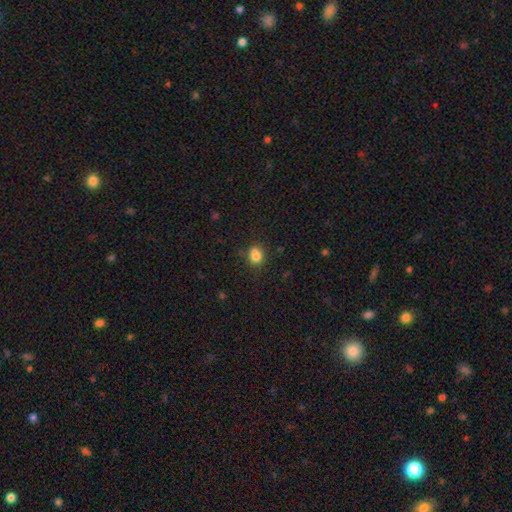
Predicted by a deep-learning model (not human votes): This appears to be a smooth galaxy with no disk features (82%) that is round (57%). Merging: none (66%).